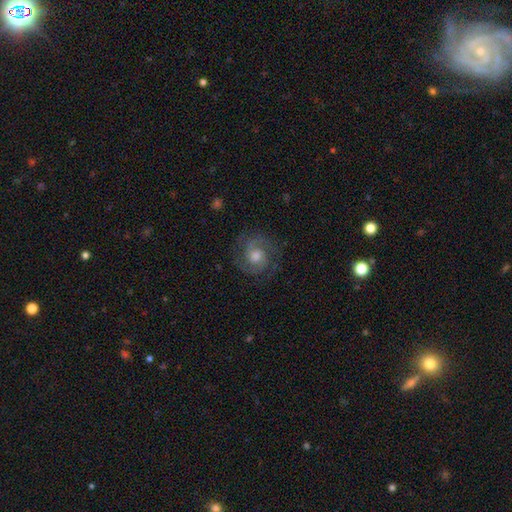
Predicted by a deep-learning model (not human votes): A featured or disk galaxy (80%) with no bar (62%), 2 (76%) tight (46%) spiral arms (96%) and a moderate central bulge (57%).

Vote fractions:
- Smooth or featured? featured or disk: 80% / smooth: 11% / star or artifact: 8%
- Edge-on disk? no: 98% / yes: 2%
- Bar? no: 62% / weak: 33% / strong: 6%
- Spiral arms? yes: 96% / no: 4%
- Spiral winding? tight: 46% / medium: 45% / loose: 9%
- Spiral arm count? 2: 76% / 3: 9% / can't tell: 8% / 1: 2% / 4: 2% / more than 4: 2%
- Bulge size? moderate: 57% / large: 21% / small: 16% / none: 4% / dominant: 2%
- Merging? none: 81% / minor disturbance: 12% / major disturbance: 6% / merger: 1%